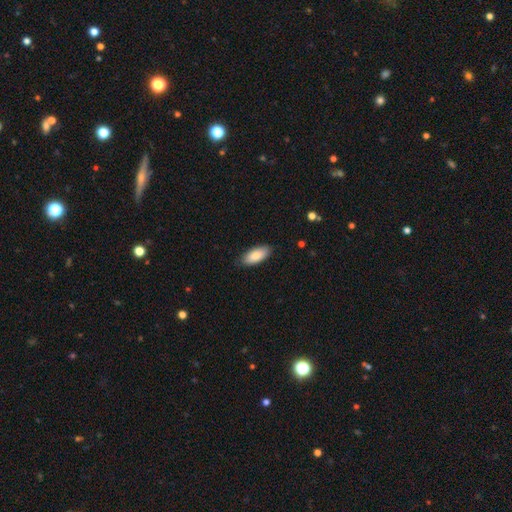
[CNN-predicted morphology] Smooth or featured? smooth (85%)
How rounded? in between (87%)
Merging? none (85%)